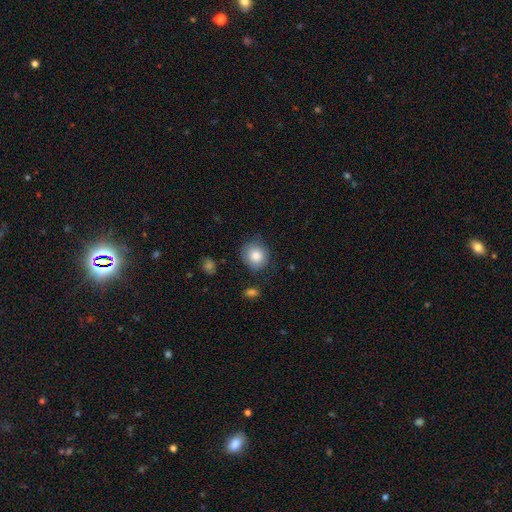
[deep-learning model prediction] The model was most divided on "merging": none: 75%, minor disturbance: 18%, major disturbance: 5%, merger: 2%. More confident: smooth or featured — smooth (83%); how rounded — round (82%).